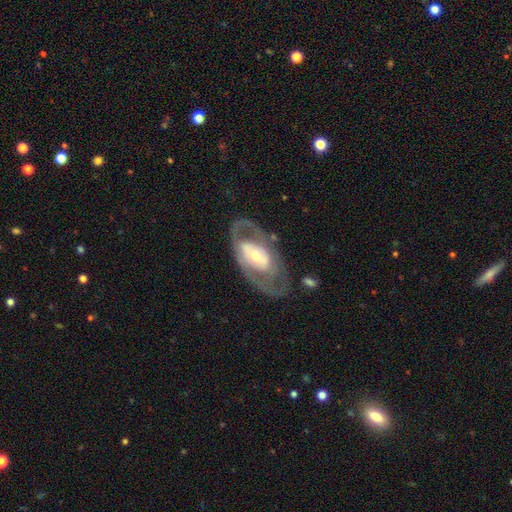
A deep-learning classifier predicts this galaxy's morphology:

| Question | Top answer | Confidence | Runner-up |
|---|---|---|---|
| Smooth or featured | featured or disk | 77% | smooth (18%) |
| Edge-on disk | no | 92% | yes (8%) |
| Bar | no | 50% | weak (30%) |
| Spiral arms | yes | 58% | no (42%) |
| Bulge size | moderate | 54% | small (35%) |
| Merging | none | 67% | minor disturbance (16%) |